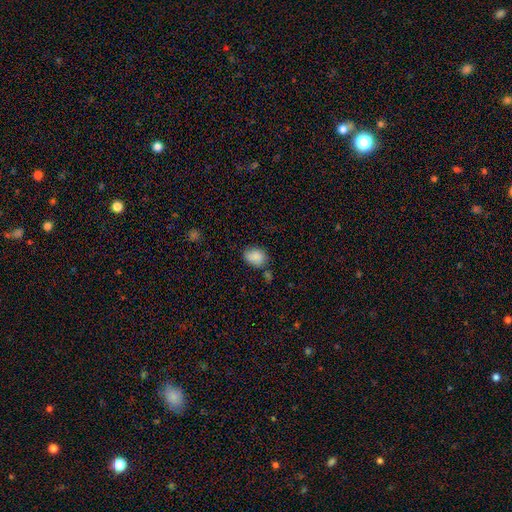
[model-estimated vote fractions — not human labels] Morphology: type=smooth (86%); roundness=in between (67%); merging=none (62%).